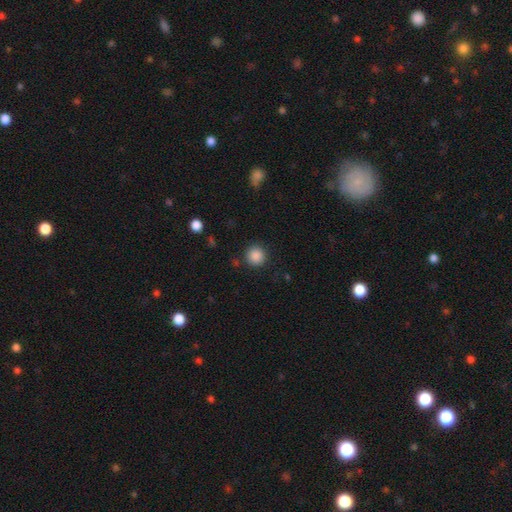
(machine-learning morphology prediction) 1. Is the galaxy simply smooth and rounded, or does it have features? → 87% smooth, 10% star or artifact, 3% featured or disk.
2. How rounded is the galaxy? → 94% round, 5% in between, 1% cigar-shaped.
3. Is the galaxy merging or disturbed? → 89% none, 6% minor disturbance, 3% major disturbance, 2% merger.